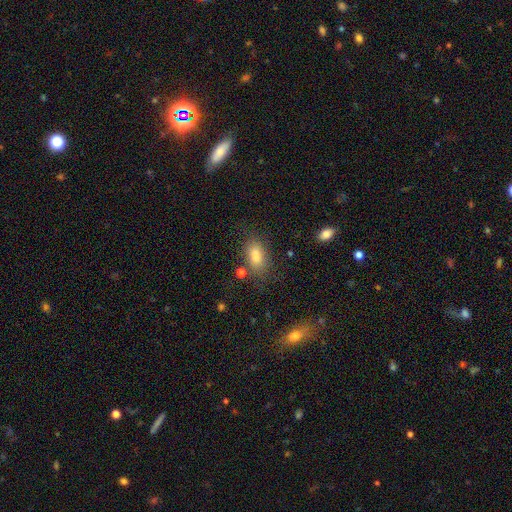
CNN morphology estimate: This is clearly a smooth galaxy (81%). How rounded: clearly in between (88%). Merging: likely none (76%).